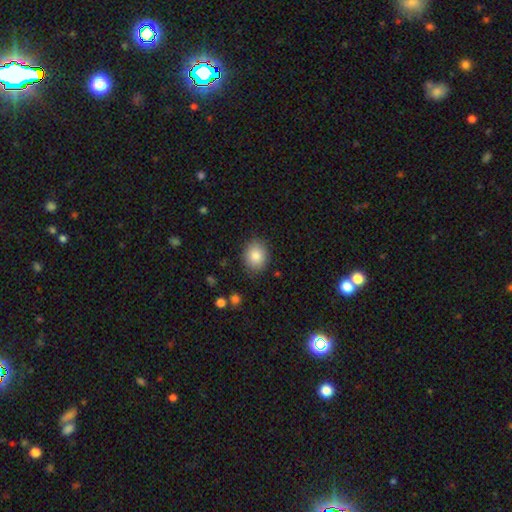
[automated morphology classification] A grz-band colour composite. It shows a smooth galaxy with no disk features (85%) that is round (61%). Merging: none (87%).